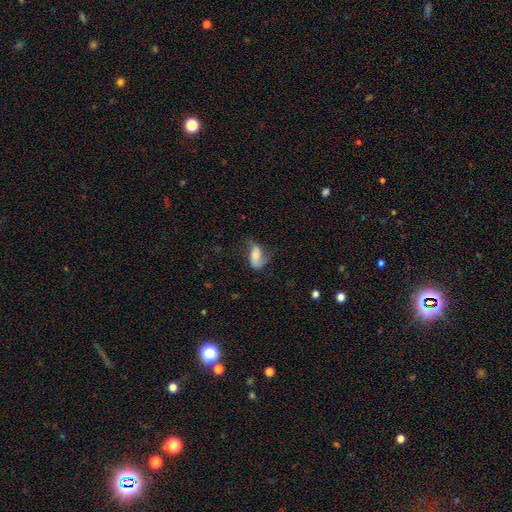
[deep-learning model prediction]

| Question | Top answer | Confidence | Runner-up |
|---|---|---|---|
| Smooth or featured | smooth | 54% | featured or disk (37%) |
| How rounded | in between | 87% | cigar-shaped (8%) |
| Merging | none | 42% | minor disturbance (30%) |